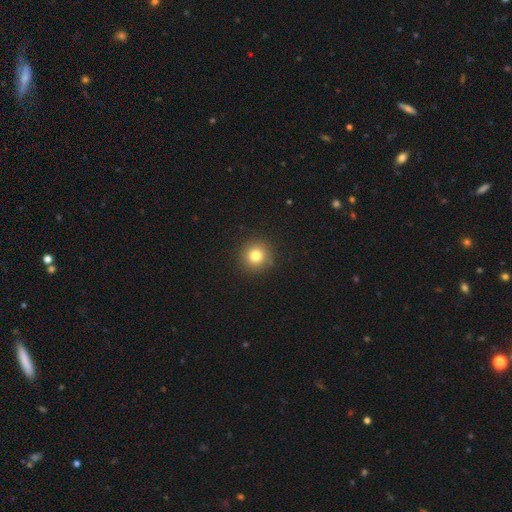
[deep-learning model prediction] Smooth or featured?
  - smooth: 80% *
  - star or artifact: 13%
  - featured or disk: 7%
How rounded?
  - round: 94% *
  - in between: 5%
  - cigar-shaped: 1%
Merging?
  - none: 90% *
  - minor disturbance: 7%
  - major disturbance: 2%
  - merger: 1%